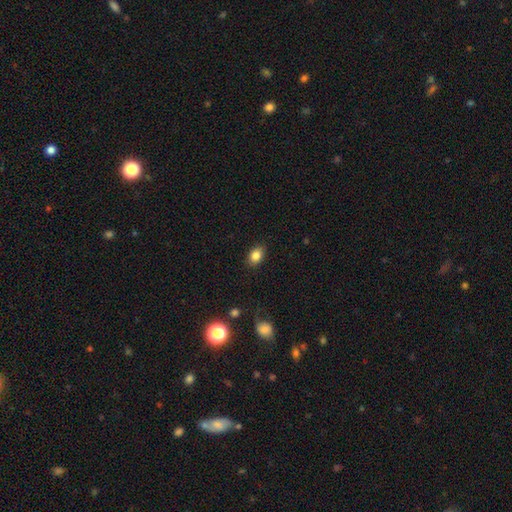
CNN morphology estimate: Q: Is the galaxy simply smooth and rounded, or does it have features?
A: smooth — 85%.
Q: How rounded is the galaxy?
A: in between — 76%.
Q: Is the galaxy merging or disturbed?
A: none — 87%.